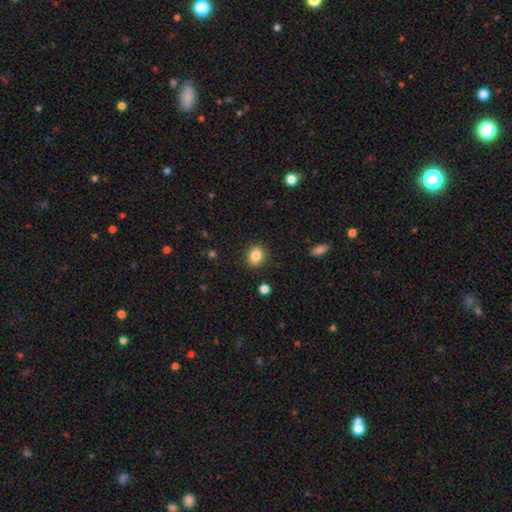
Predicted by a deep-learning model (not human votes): A smooth galaxy with no disk features (85%) that is round (64%).

Vote fractions:
- Smooth or featured? smooth: 85% / star or artifact: 10% / featured or disk: 6%
- How rounded? round: 64% / in between: 35% / cigar-shaped: 1%
- Merging? none: 89% / minor disturbance: 8% / major disturbance: 2% / merger: 1%